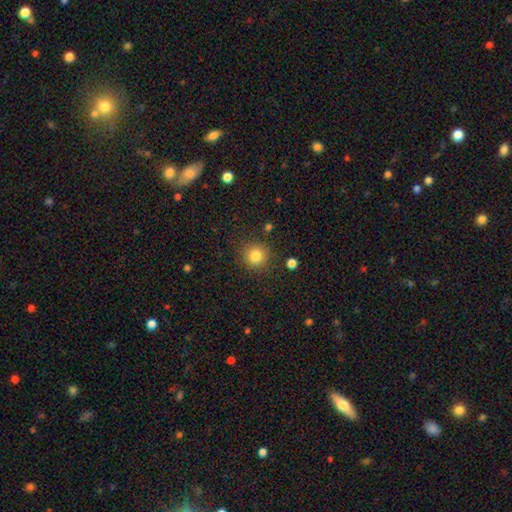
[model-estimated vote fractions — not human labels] This is clearly a smooth galaxy (83%). How rounded: clearly round (92%). Merging: clearly none (86%).